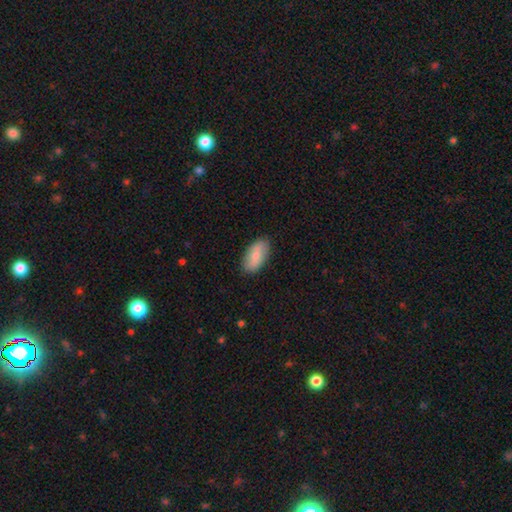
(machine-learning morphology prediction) type=smooth (78%); roundness=in between (93%); merging=none (86%).